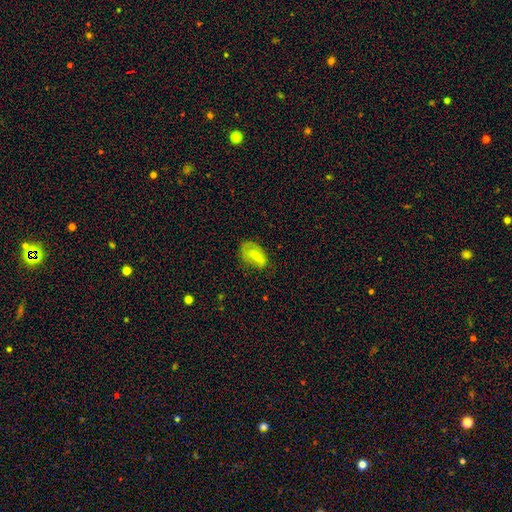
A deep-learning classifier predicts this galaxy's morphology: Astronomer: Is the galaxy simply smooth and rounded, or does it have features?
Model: smooth — 56% (runner-up: featured or disk, 35%).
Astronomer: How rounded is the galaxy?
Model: in between — 86%.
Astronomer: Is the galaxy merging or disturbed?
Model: none — 54%.